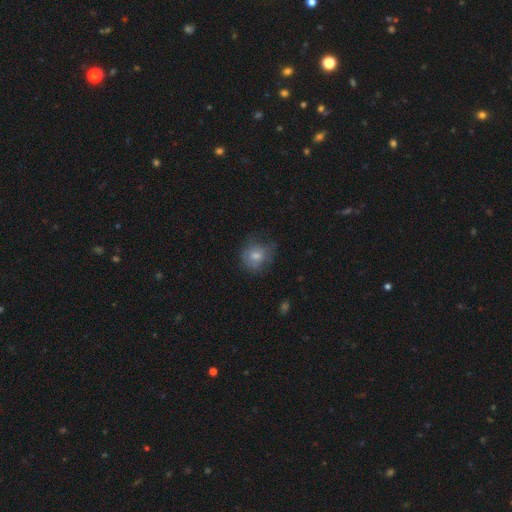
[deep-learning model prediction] This appears to be a smooth galaxy with no disk features (61%) that is round (74%). Merging: none (63%).